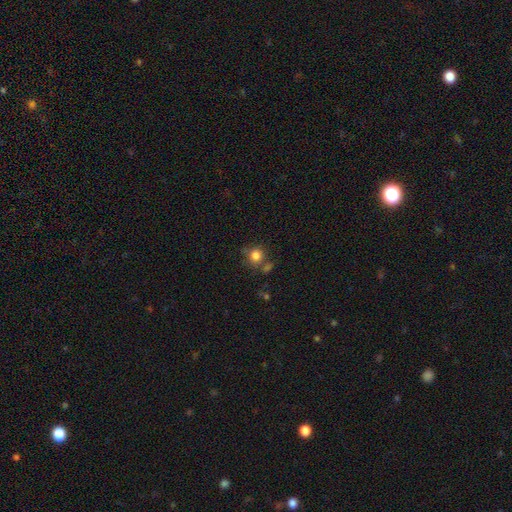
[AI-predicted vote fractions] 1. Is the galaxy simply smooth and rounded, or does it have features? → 81% smooth, 12% star or artifact, 7% featured or disk.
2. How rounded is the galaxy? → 87% round, 12% in between, 1% cigar-shaped.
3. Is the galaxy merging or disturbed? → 65% none, 15% minor disturbance, 14% merger, 6% major disturbance.